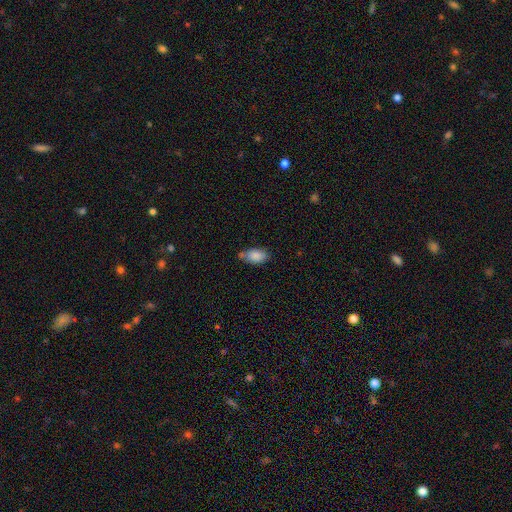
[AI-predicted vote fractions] A smooth galaxy with no disk features (85%) that is in between round and cigar-shaped (92%). Merging: none (60%).